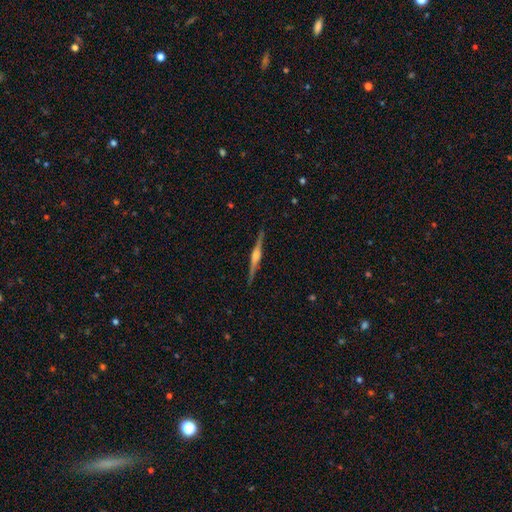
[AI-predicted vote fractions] This is clearly a featured or disk galaxy (81%). It is clearly viewed edge-on (98%). Edge-on bulge: likely rounded (78%). Merging: clearly none (91%).